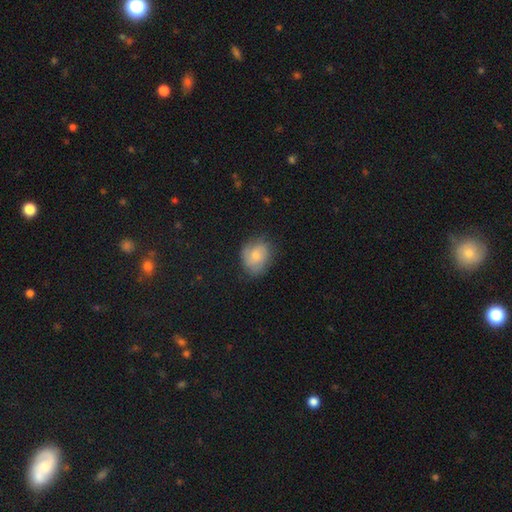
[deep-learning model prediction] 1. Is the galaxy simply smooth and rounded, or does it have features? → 55% smooth, 37% featured or disk, 8% star or artifact.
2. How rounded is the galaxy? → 53% round, 46% in between, 1% cigar-shaped.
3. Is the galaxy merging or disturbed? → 67% none, 24% minor disturbance, 8% major disturbance, 1% merger.